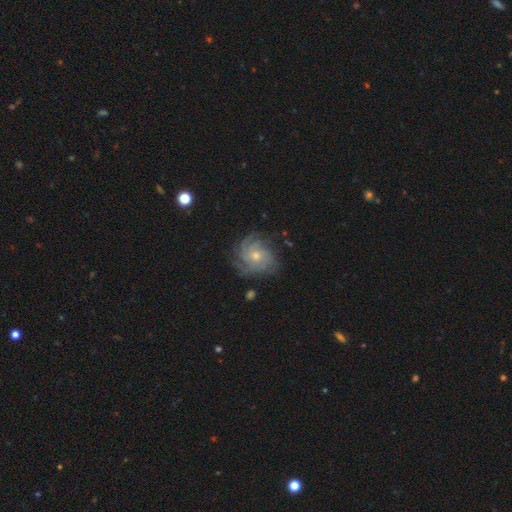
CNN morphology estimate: Smooth or featured: featured or disk — 85% (smooth — 8%)
Edge-on disk: no — 98% (yes — 2%)
Bar: no — 77% (weak — 19%)
Spiral arms: yes — 97% (no — 3%)
Spiral winding: tight — 65% (medium — 29%)
Spiral arm count: 4 — 31% (can't tell — 22%)
Bulge size: small — 48% (tied with moderate — 48%)
Merging: none — 79% (minor disturbance — 14%)